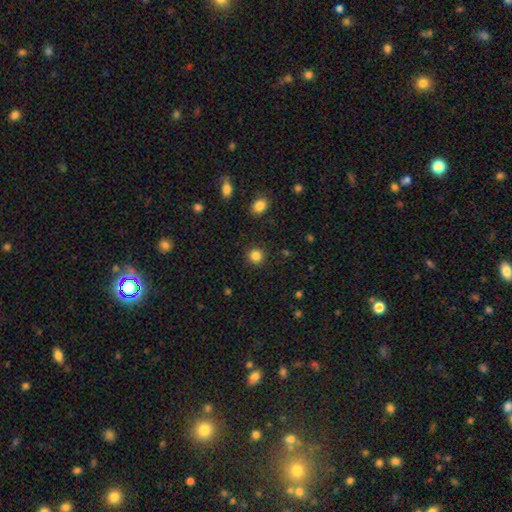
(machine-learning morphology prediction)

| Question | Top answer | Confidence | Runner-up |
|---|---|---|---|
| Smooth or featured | smooth | 84% | star or artifact (12%) |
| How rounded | round | 93% | in between (6%) |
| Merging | none | 92% | minor disturbance (5%) |